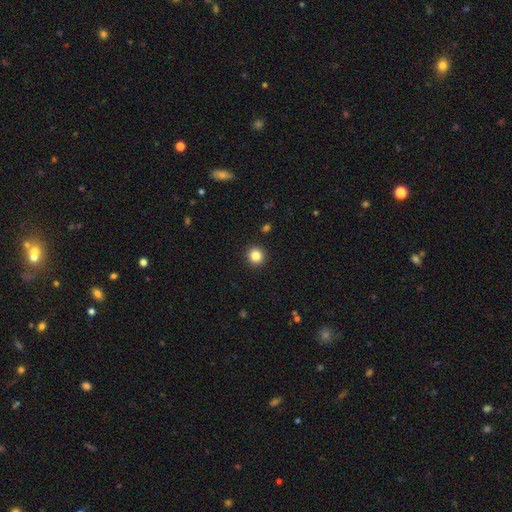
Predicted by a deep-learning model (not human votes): The model was most divided on "smooth or featured": smooth: 84%, star or artifact: 11%, featured or disk: 5%. More confident: how rounded — round (94%); merging — none (93%).